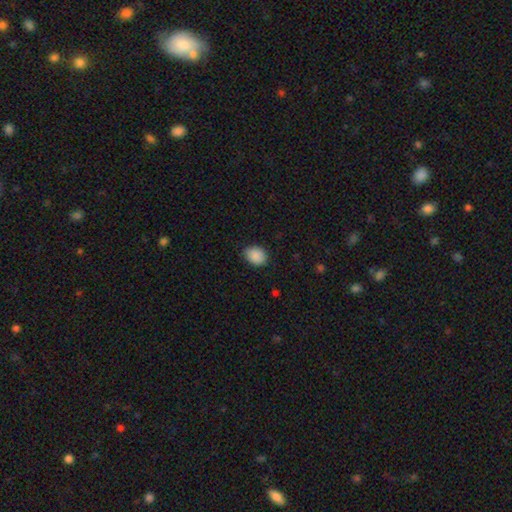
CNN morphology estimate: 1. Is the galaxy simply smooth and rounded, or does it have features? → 89% smooth, 8% star or artifact, 3% featured or disk.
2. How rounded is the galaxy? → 56% in between, 43% round, 1% cigar-shaped.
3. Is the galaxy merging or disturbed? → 80% none, 16% minor disturbance, 3% major disturbance, 1% merger.